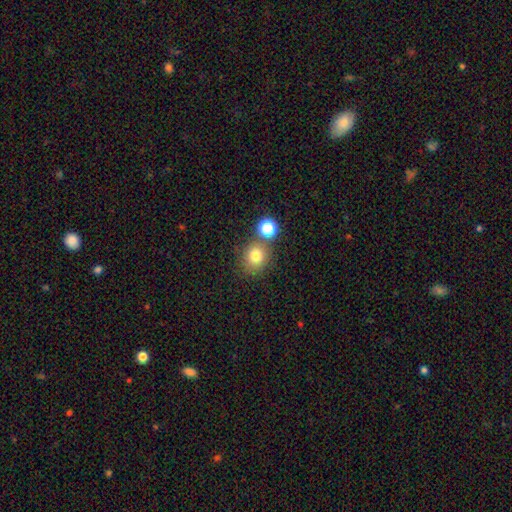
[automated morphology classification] This appears to be a smooth galaxy with no disk features (77%) that is round (82%). Merging: none (68%).